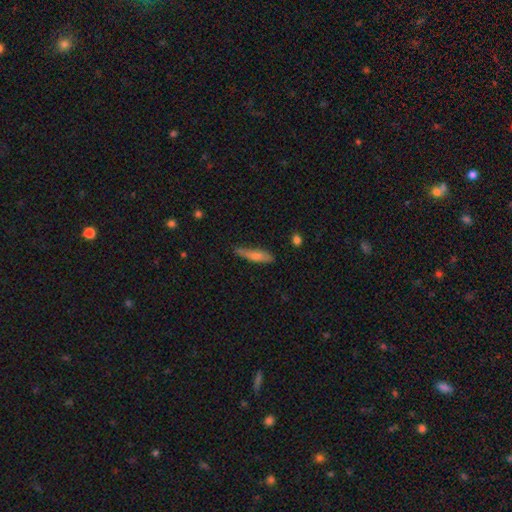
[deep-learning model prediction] A smooth galaxy with no disk features (63%) that is cigar-shaped (81%).

Vote fractions:
- Smooth or featured? smooth: 63% / featured or disk: 30% / star or artifact: 7%
- How rounded? cigar-shaped: 81% / in between: 17% / round: 2%
- Merging? none: 65% / minor disturbance: 27% / major disturbance: 5% / merger: 2%